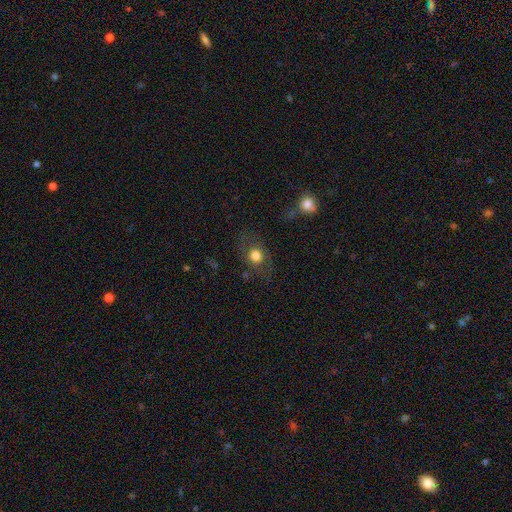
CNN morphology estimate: smooth 70%, featured or disk 19%, star or artifact 11%. Down the decision tree: how rounded — round (60%); merging — none (73%).